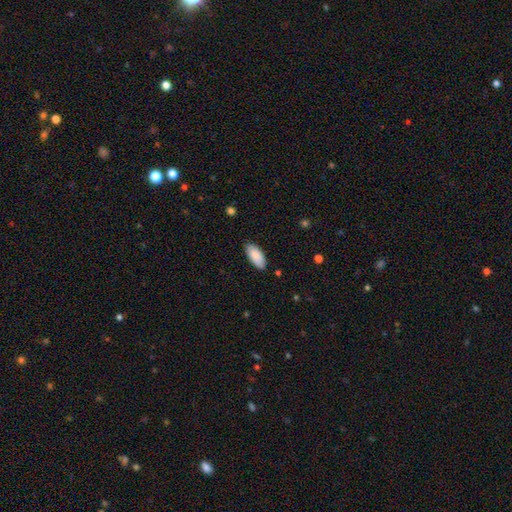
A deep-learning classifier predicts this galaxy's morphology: This appears to be a smooth galaxy with no disk features (88%) that is in between round and cigar-shaped (90%). Merging: none (85%).